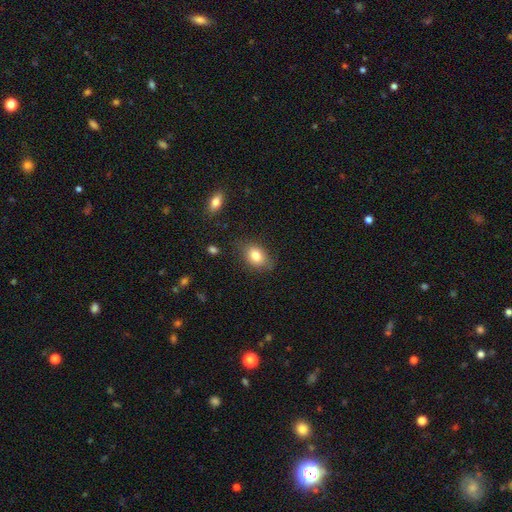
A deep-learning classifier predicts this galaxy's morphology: smooth 81%, featured or disk 11%, star or artifact 9%. Down the decision tree: how rounded — in between (74%); merging — none (77%).